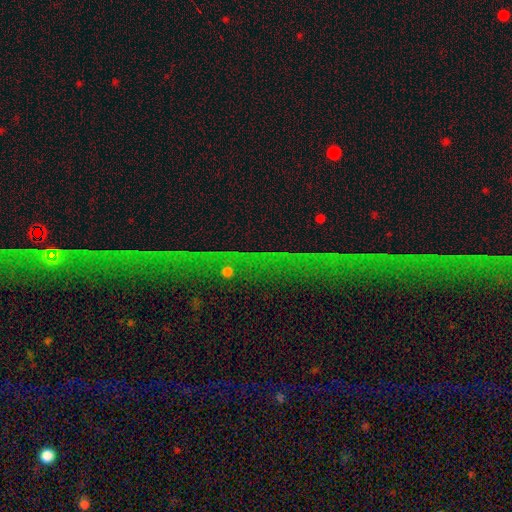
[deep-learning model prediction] This is clearly a star or artifact rather than a galaxy (81%).